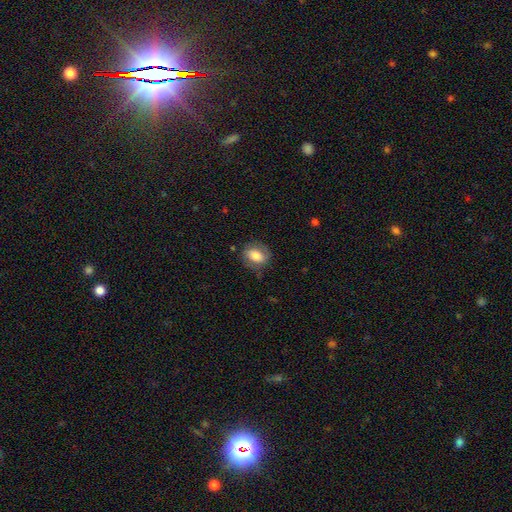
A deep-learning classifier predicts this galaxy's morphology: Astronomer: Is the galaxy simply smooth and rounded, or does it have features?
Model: smooth — 72%.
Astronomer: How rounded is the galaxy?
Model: in between — 67%.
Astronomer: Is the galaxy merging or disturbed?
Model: none — 72%.